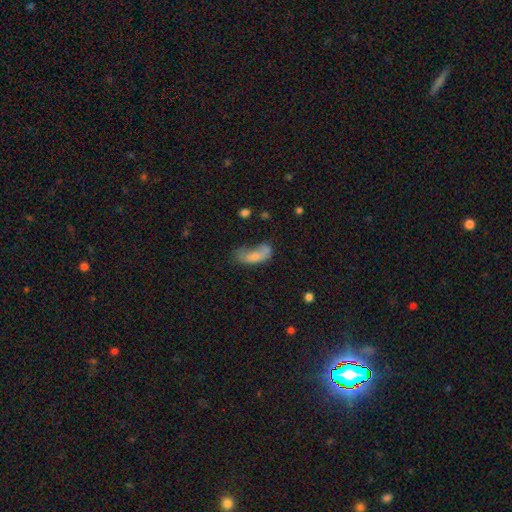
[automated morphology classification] Smooth or featured?
  - smooth: 68% *
  - featured or disk: 23%
  - star or artifact: 9%
How rounded?
  - in between: 79% *
  - cigar-shaped: 17%
  - round: 4%
Merging?
  - major disturbance: 32% *
  - none: 26%
  - minor disturbance: 24%
  - merger: 19%